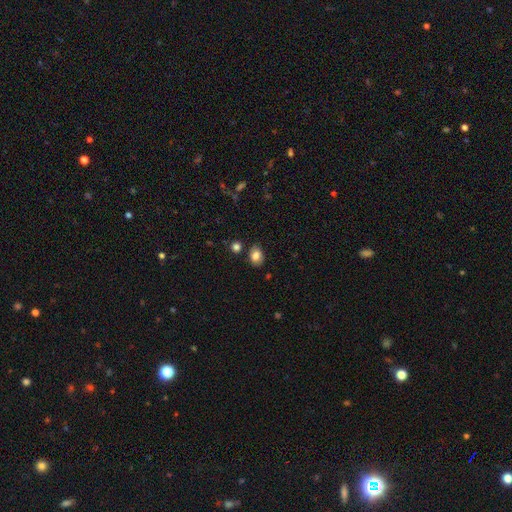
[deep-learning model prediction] This is clearly a smooth galaxy (83%). How rounded: likely in between (68%). Merging: likely none (80%).